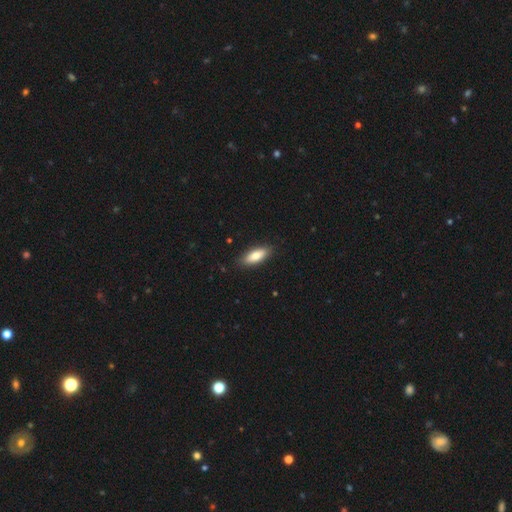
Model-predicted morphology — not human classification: The model was most divided on "how rounded": in between: 69%, cigar-shaped: 29%, round: 2%. More confident: merging — none (88%); smooth or featured — smooth (81%).